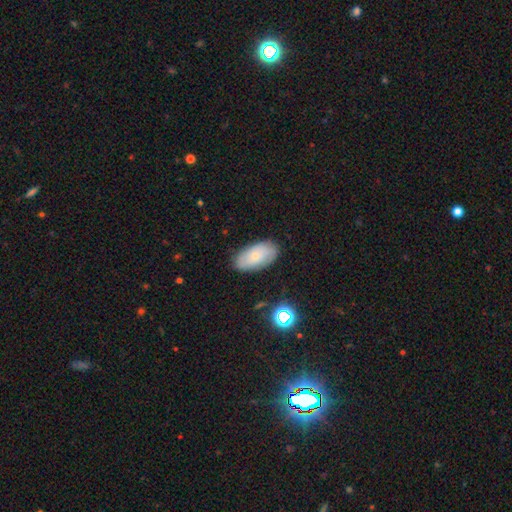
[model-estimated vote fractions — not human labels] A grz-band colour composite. It shows a smooth galaxy with no disk features (65%) that is in between round and cigar-shaped (93%). Merging: none (83%).